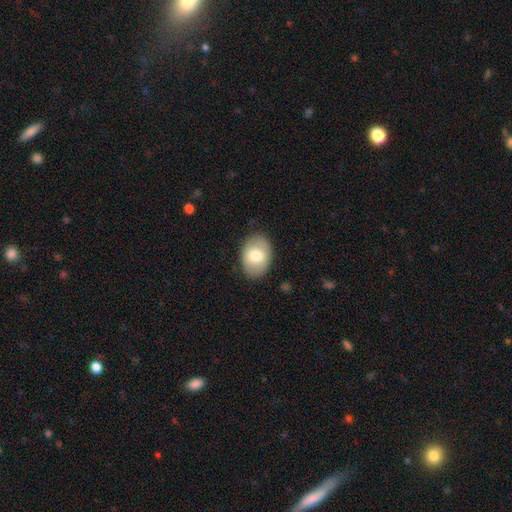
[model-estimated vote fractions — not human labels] A smooth galaxy with no disk features (73%) that is in between round and cigar-shaped (79%). Merging: none (85%).